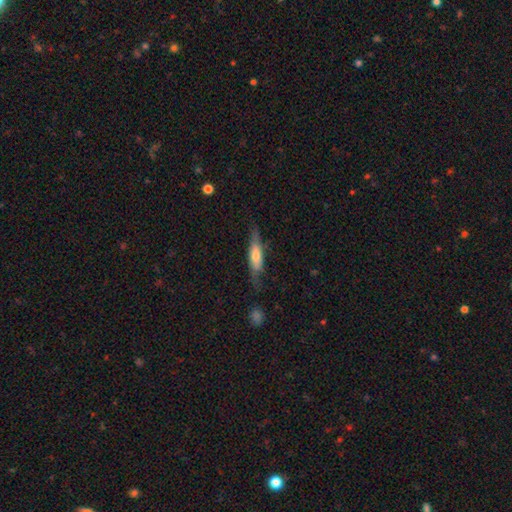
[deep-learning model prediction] smooth-or-featured: smooth: 51% | featured or disk: 42% | star or artifact: 6%
  how-rounded: cigar-shaped: 66% | in between: 32% | round: 2%
  merging: none: 68% | minor disturbance: 22% | major disturbance: 8% | merger: 2%